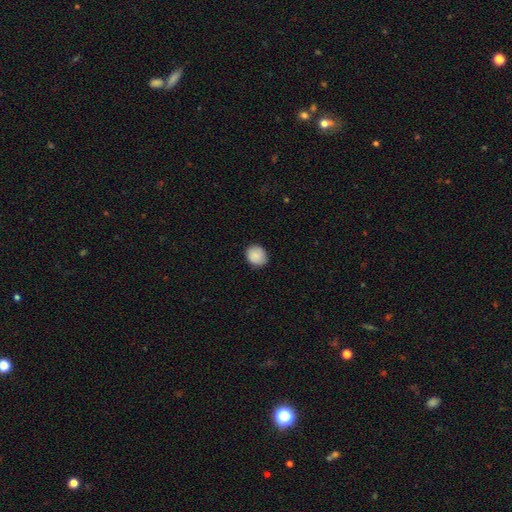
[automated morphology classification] Smooth or featured: smooth — 88% (star or artifact — 7%)
How rounded: round — 70% (in between — 29%)
Merging: none — 85% (minor disturbance — 12%)